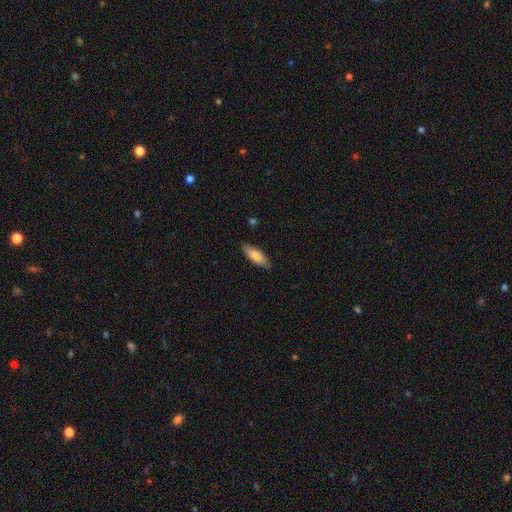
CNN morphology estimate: Smooth or featured? Predicted: smooth (p=0.82). How rounded? Predicted: in between (p=0.68). Merging? Predicted: none (p=0.86).